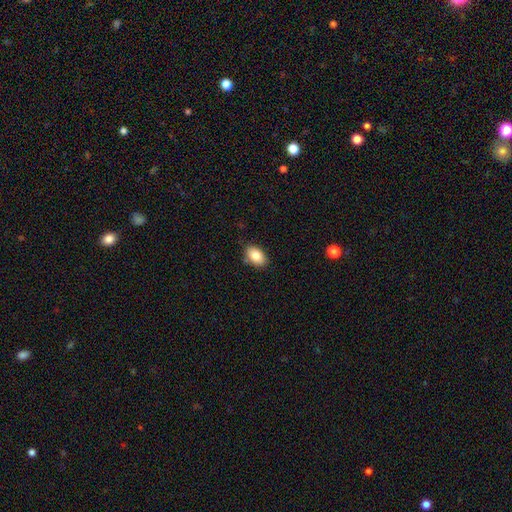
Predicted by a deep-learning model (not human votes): Smooth or featured? smooth (83%)
How rounded? in between (89%)
Merging? none (82%)